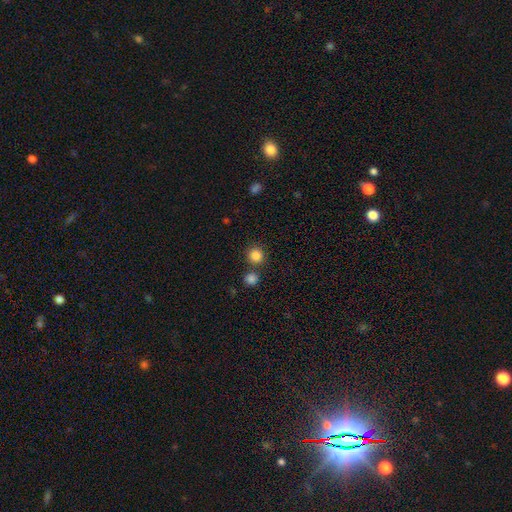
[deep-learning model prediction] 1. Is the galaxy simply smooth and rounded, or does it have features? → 85% smooth, 11% star or artifact, 4% featured or disk.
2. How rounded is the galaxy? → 93% round, 6% in between, 1% cigar-shaped.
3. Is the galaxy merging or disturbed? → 76% none, 14% merger, 7% minor disturbance, 3% major disturbance.